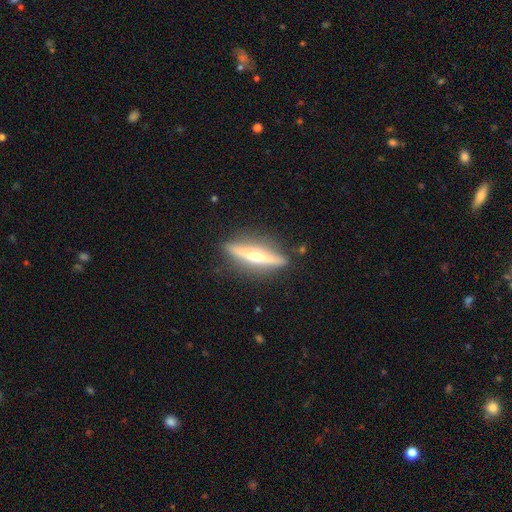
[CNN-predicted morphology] Smooth or featured? Predicted: featured or disk (p=0.73). Edge-on disk? Predicted: yes (p=0.96). Edge-on bulge? Predicted: rounded (p=0.93). Merging? Predicted: none (p=0.87).